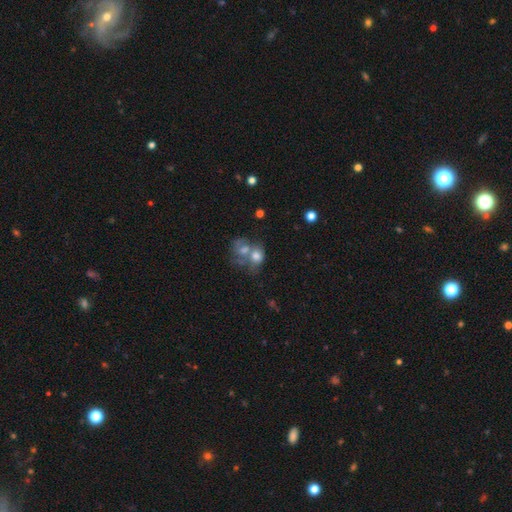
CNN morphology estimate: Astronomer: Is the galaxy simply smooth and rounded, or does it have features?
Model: smooth — 68%.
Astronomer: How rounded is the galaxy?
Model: round — 53% (runner-up: in between, 46%).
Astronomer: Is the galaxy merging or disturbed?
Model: merger — 63%.